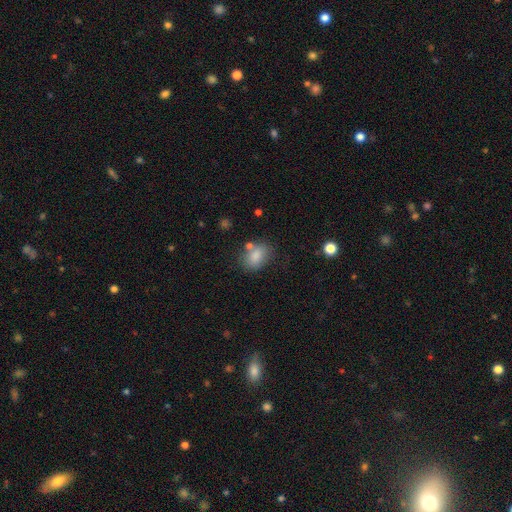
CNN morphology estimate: This is clearly a smooth galaxy (83%). How rounded: likely in between (77%). Merging: likely none (66%).